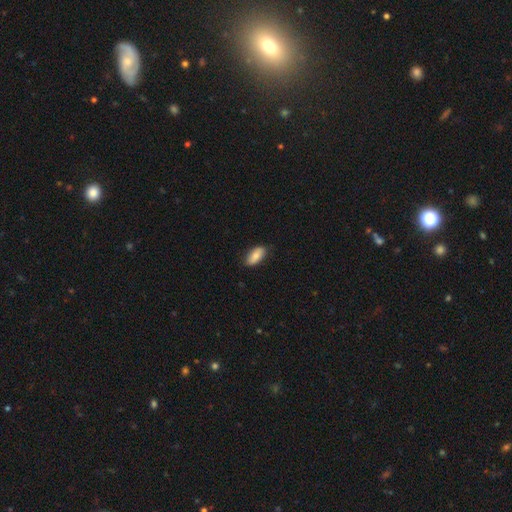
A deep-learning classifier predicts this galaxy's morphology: Q: Smooth or featured?
A: smooth (82%); runner-up: featured or disk (12%)
Q: How rounded?
A: in between (90%); runner-up: cigar-shaped (7%)
Q: Merging?
A: none (83%); runner-up: minor disturbance (13%)